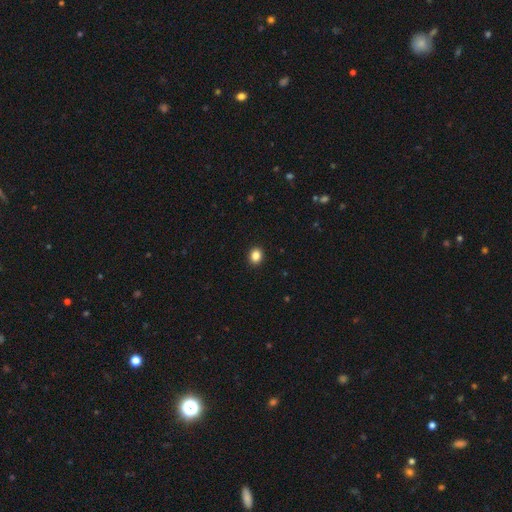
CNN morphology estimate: The model was most divided on "how rounded": round: 66%, in between: 33%, cigar-shaped: 1%. More confident: merging — none (92%); smooth or featured — smooth (86%).